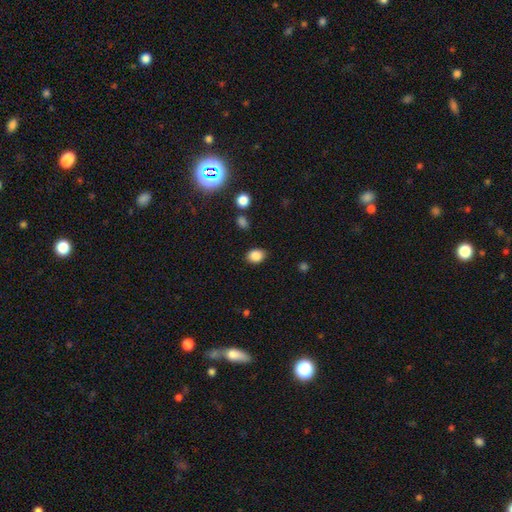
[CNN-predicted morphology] smooth_or_featured: smooth (p=0.87) [alt: star or artifact p=0.10]
how_rounded: in between (p=0.63) [alt: round p=0.36]
merging: none (p=0.85) [alt: minor disturbance p=0.10]